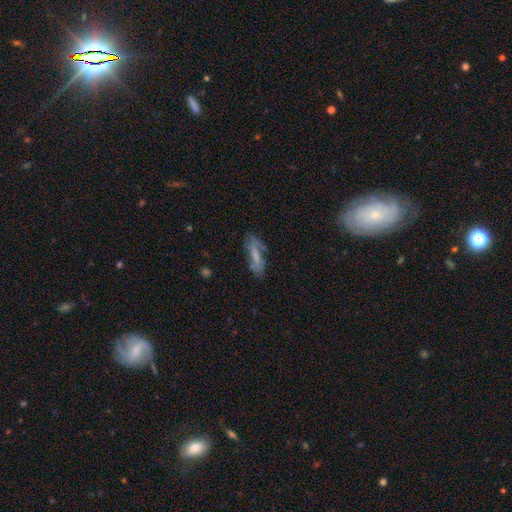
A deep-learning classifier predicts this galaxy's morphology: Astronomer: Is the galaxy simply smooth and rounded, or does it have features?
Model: featured or disk — 46% (runner-up: smooth, 44%).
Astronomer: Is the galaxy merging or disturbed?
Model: none — 63%.